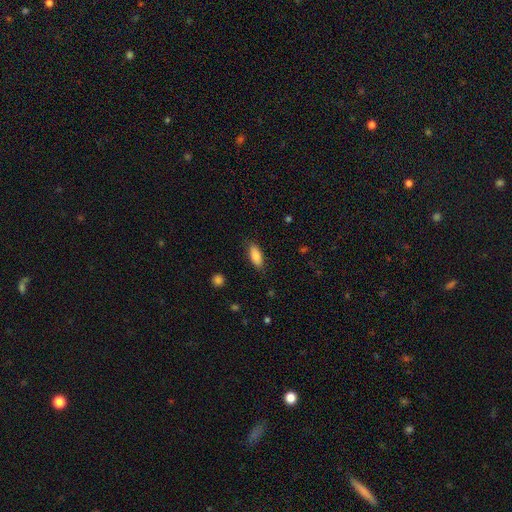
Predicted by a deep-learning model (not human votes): smooth-or-featured: smooth: 82% | featured or disk: 11% | star or artifact: 7%
  how-rounded: in between: 82% | cigar-shaped: 16% | round: 2%
  merging: none: 83% | minor disturbance: 13% | major disturbance: 3% | merger: 1%